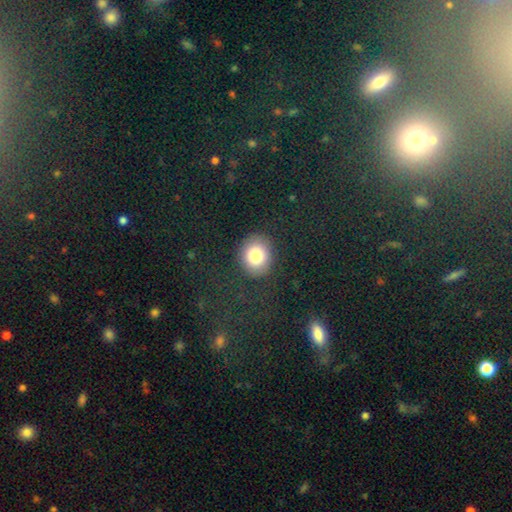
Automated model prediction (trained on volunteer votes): Smooth or featured?
  - smooth: 81% *
  - star or artifact: 10%
  - featured or disk: 9%
How rounded?
  - round: 70% *
  - in between: 29%
  - cigar-shaped: 1%
Merging?
  - none: 86% *
  - minor disturbance: 8%
  - major disturbance: 4%
  - merger: 1%